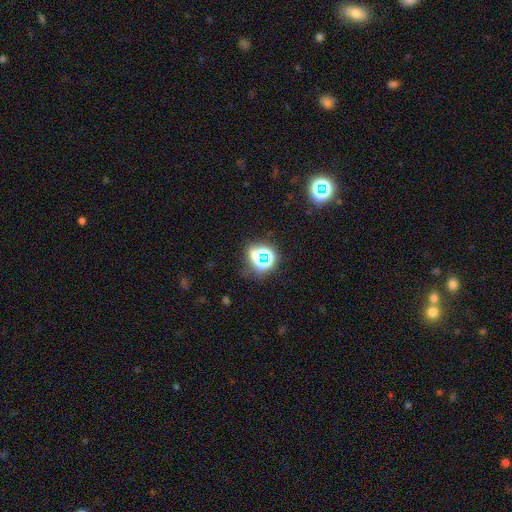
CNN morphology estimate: Overall: star or artifact (61%; smooth 28%).